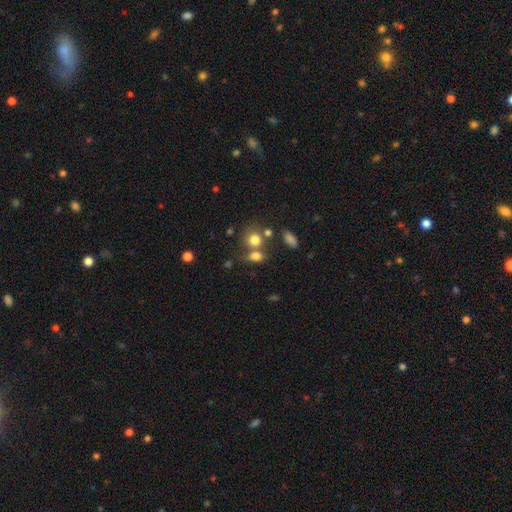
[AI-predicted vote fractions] Smooth or featured: smooth — 78% (star or artifact — 12%)
How rounded: in between — 52% (round — 45%)
Merging: none — 49% (merger — 33%)